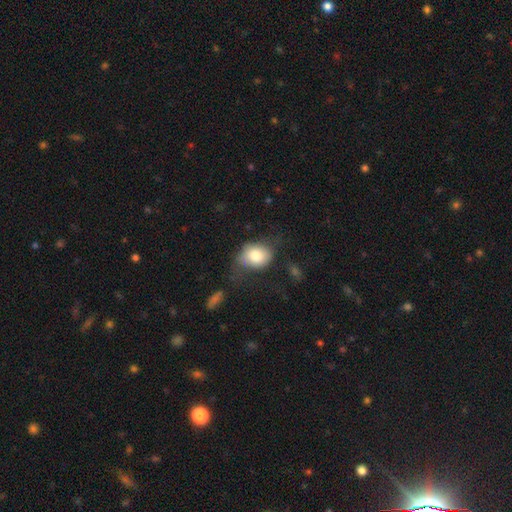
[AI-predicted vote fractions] A smooth galaxy with no disk features (76%) that is in between round and cigar-shaped (52%). Merging: none (43%).